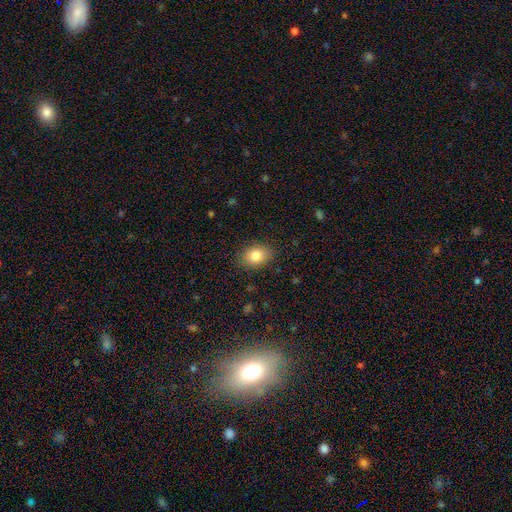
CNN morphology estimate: smooth 83%, star or artifact 9%, featured or disk 8%. Down the decision tree: how rounded — in between (73%); merging — none (85%).